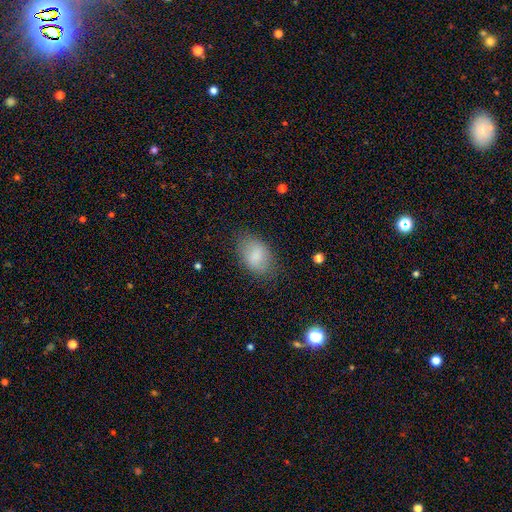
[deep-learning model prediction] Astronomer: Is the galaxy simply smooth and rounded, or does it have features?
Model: smooth — 81%.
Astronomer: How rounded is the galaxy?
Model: in between — 86%.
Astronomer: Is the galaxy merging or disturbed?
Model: none — 75%.